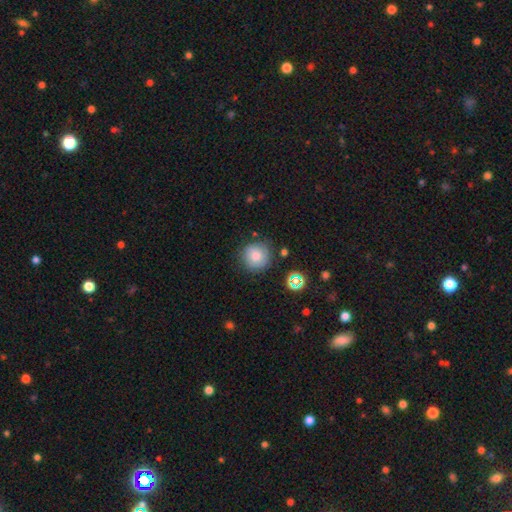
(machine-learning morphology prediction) Smooth or featured? smooth (76%)
How rounded? round (93%)
Merging? none (79%)